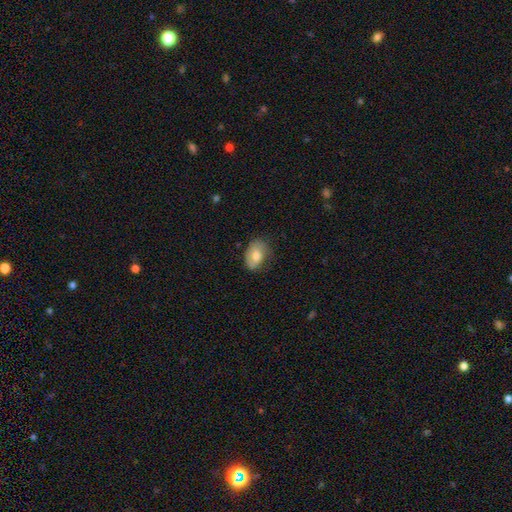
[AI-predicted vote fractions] Q: Smooth or featured?
A: smooth (70%); runner-up: featured or disk (23%)
Q: How rounded?
A: in between (81%); runner-up: round (18%)
Q: Merging?
A: none (56%); runner-up: minor disturbance (30%)